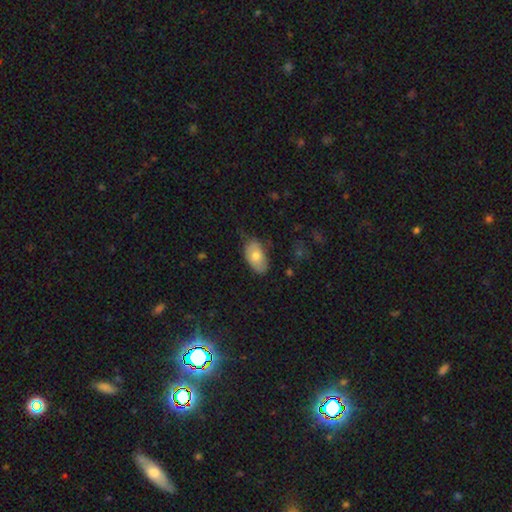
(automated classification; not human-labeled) This appears to be a smooth galaxy with no disk features (73%) that is in between round and cigar-shaped (93%). Merging: none (67%).